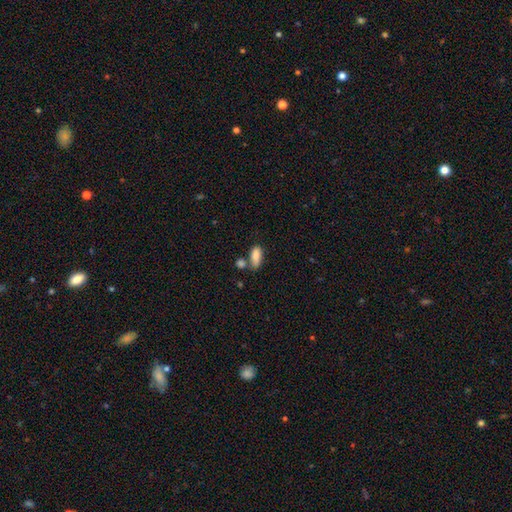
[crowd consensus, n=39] A smooth galaxy with no disk features (97%) that is in between round and cigar-shaped (74%).

Vote fractions:
- Smooth or featured? smooth: 97% / star or artifact: 3% / featured or disk: 0%
- How rounded? in between: 74% / cigar-shaped: 26% / round: 0%
- Merging? none: 66% / merger: 21% / minor disturbance: 13% / major disturbance: 0%